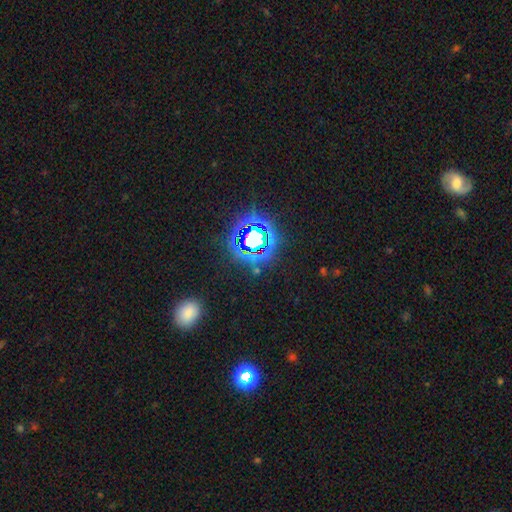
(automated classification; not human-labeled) A star or artifact, not a galaxy (76%).